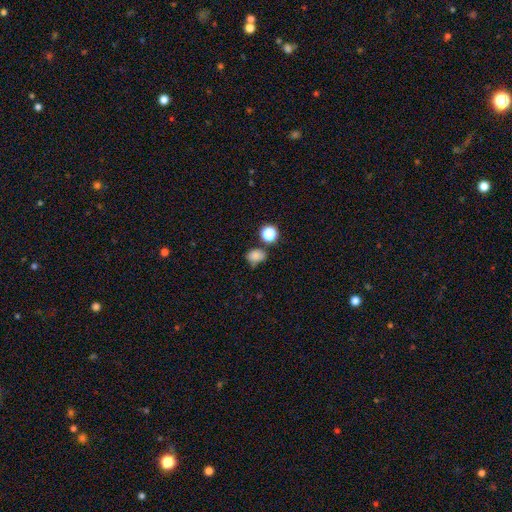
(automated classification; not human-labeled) smooth_or_featured: smooth (p=0.78) [alt: star or artifact p=0.15]
how_rounded: round (p=0.50) [alt: in between p=0.49]
merging: none (p=0.56) [alt: minor disturbance p=0.23]